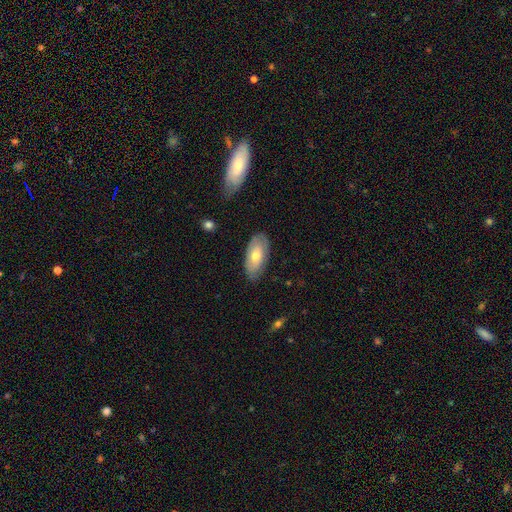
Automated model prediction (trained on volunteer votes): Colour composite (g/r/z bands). It shows a smooth galaxy with no disk features (61%) that is in between round and cigar-shaped (92%). Merging: none (81%).